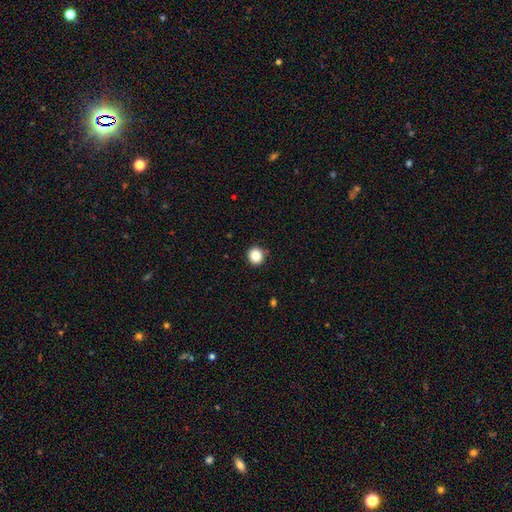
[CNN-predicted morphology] smooth 86%, star or artifact 10%, featured or disk 4%. Down the decision tree: how rounded — round (92%); merging — none (91%).